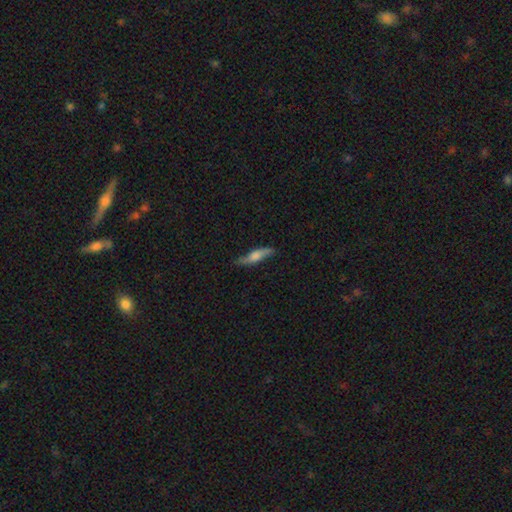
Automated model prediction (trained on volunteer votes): Smooth or featured?
  - smooth: 53% *
  - featured or disk: 41%
  - star or artifact: 6%
How rounded?
  - cigar-shaped: 73% *
  - in between: 24%
  - round: 2%
Merging?
  - none: 73% *
  - minor disturbance: 21%
  - major disturbance: 4%
  - merger: 2%